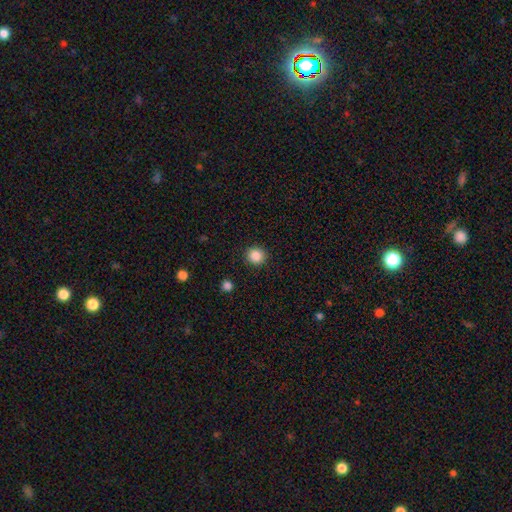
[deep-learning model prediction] Smooth or featured? smooth (87%)
How rounded? round (92%)
Merging? none (91%)